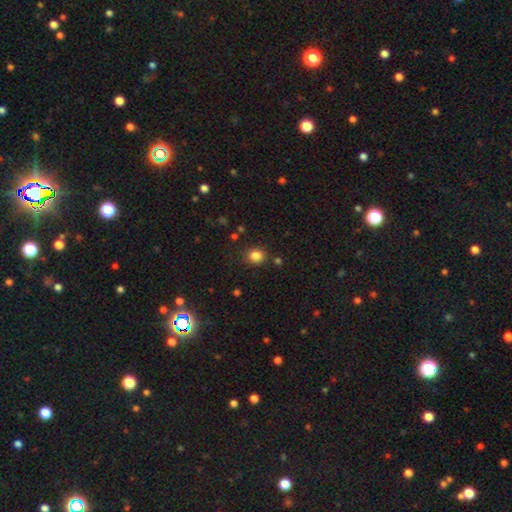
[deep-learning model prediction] A smooth galaxy with no disk features (83%) that is round (77%).

Vote fractions:
- Smooth or featured? smooth: 83% / star or artifact: 12% / featured or disk: 5%
- How rounded? round: 77% / in between: 22% / cigar-shaped: 1%
- Merging? none: 85% / minor disturbance: 9% / merger: 3% / major disturbance: 3%